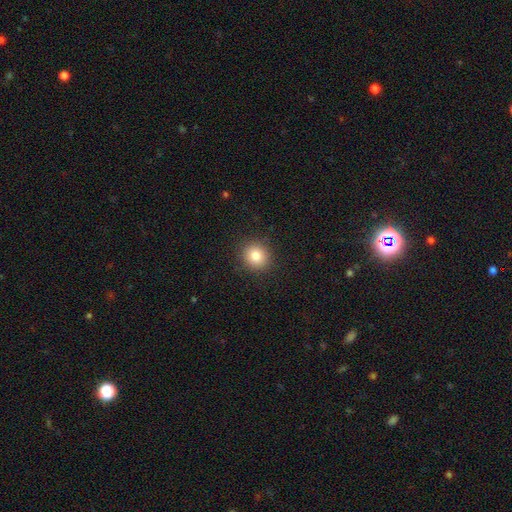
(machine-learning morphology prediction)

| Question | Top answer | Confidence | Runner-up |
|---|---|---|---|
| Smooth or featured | smooth | 83% | star or artifact (10%) |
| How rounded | round | 87% | in between (12%) |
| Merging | none | 90% | minor disturbance (6%) |